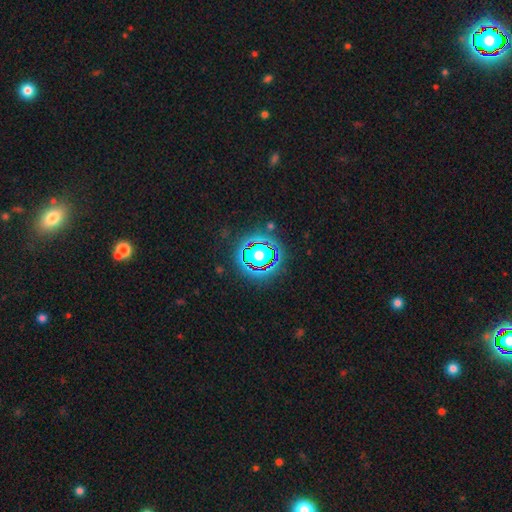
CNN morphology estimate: Smooth or featured? star or artifact (77%)